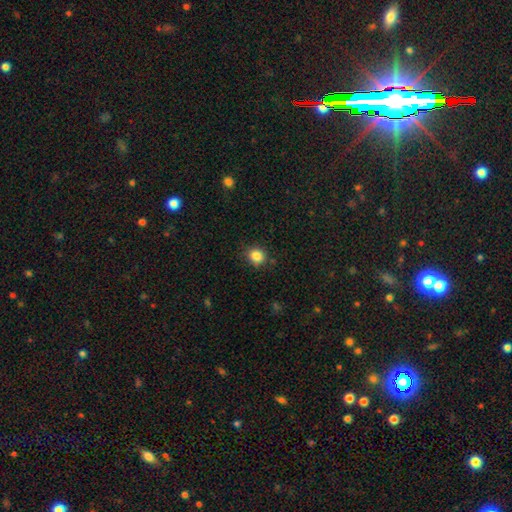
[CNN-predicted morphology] smooth_or_featured: smooth (p=0.85) [alt: star or artifact p=0.11]
how_rounded: round (p=0.82) [alt: in between p=0.17]
merging: none (p=0.84) [alt: minor disturbance p=0.11]